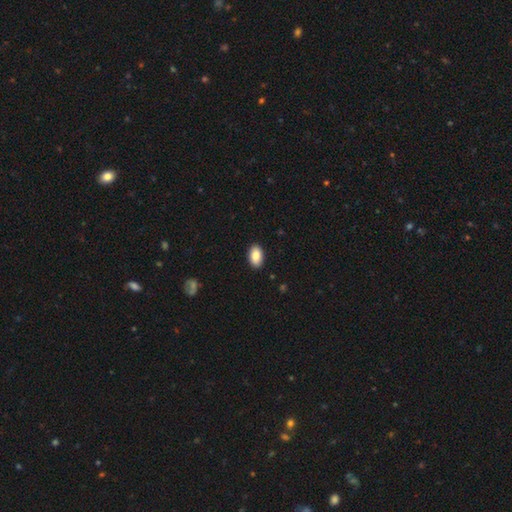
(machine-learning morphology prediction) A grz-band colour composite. It shows a smooth galaxy with no disk features (87%) that is in between round and cigar-shaped (94%). Merging: none (90%).